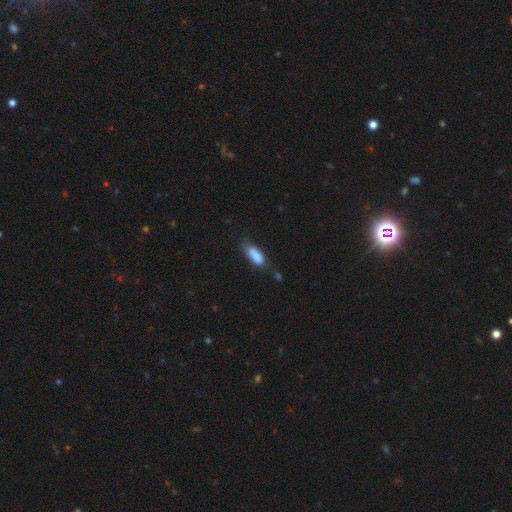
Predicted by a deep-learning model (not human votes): This appears to be a smooth galaxy with no disk features (86%) that is in between round and cigar-shaped (65%). Merging: none (62%).